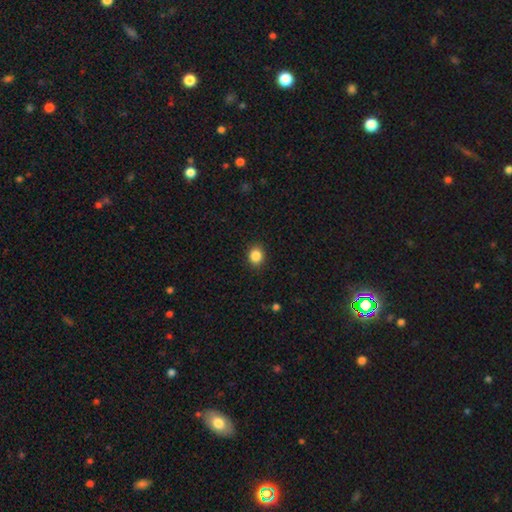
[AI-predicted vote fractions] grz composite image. It shows a smooth galaxy with no disk features (86%) that is round (75%). Merging: none (91%).